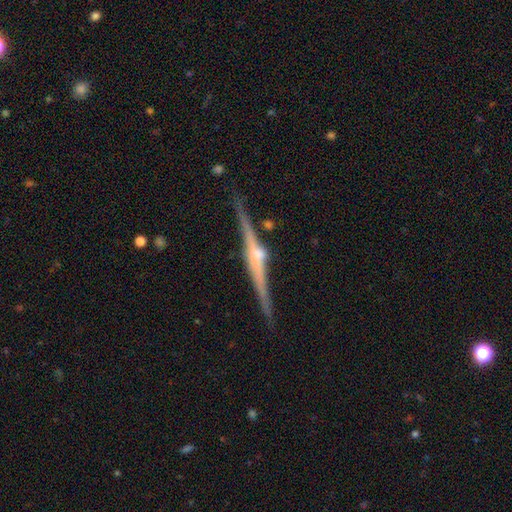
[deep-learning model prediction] A featured or disk galaxy (86%) viewed edge-on (98%) with a rounded central bulge (81%).

Vote fractions:
- Smooth or featured? featured or disk: 86% / smooth: 8% / star or artifact: 6%
- Edge-on disk? yes: 98% / no: 2%
- Edge-on bulge? rounded: 81% / boxy: 12% / none: 6%
- Merging? none: 86% / minor disturbance: 10% / merger: 2% / major disturbance: 2%